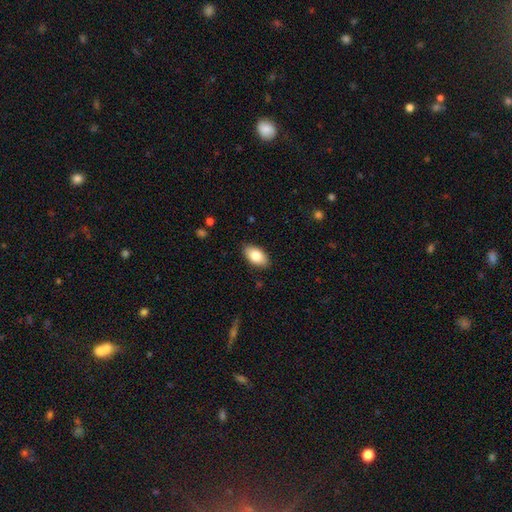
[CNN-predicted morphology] The model was most divided on "smooth or featured": smooth: 83%, featured or disk: 10%, star or artifact: 7%. More confident: how rounded — in between (94%); merging — none (87%).